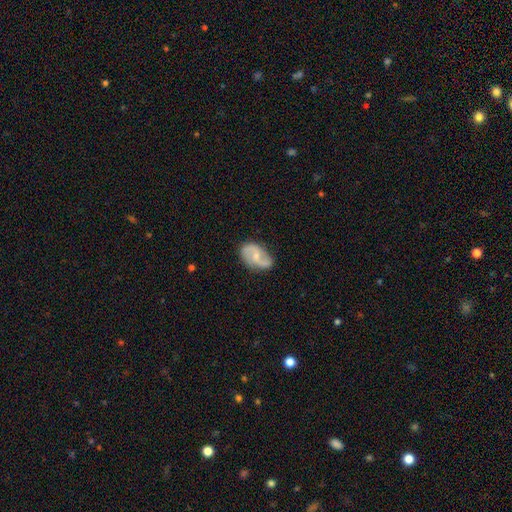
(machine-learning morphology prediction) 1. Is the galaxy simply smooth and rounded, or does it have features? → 74% featured or disk, 20% smooth, 6% star or artifact.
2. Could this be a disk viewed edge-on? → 97% no, 3% yes.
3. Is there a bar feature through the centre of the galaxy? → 46% no, 43% weak, 10% strong.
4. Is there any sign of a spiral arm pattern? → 92% yes, 8% no.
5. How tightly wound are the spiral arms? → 46% loose, 40% medium, 15% tight.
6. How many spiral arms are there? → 89% 2, 5% can't tell, 2% 1, 1% 3, 1% 4, 1% more than 4.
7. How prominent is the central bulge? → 53% small, 40% moderate, 4% none, 1% large, 1% dominant.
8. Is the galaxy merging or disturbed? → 74% none, 19% minor disturbance, 5% major disturbance, 2% merger.